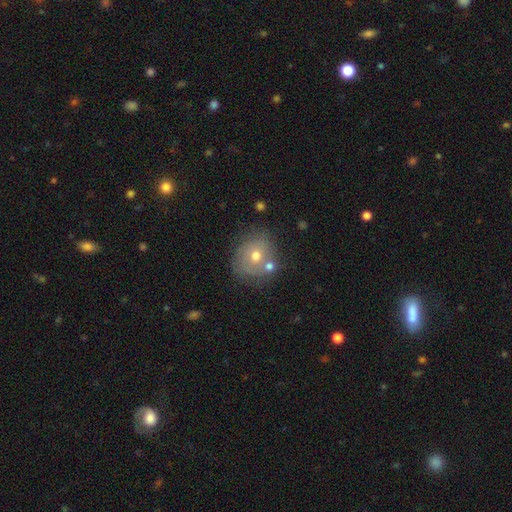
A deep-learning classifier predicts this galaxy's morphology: smooth_or_featured: smooth (p=0.54) [alt: featured or disk p=0.34]
how_rounded: round (p=0.77) [alt: in between p=0.22]
merging: none (p=0.60) [alt: merger p=0.17]